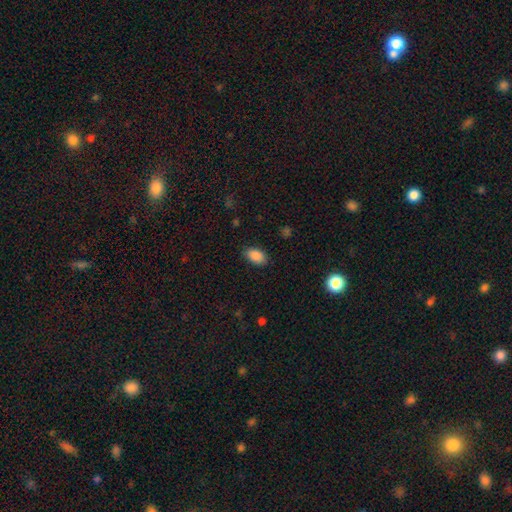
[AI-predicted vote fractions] Q: Smooth or featured?
A: smooth (88%); runner-up: star or artifact (8%)
Q: How rounded?
A: in between (92%); runner-up: round (6%)
Q: Merging?
A: none (84%); runner-up: minor disturbance (12%)